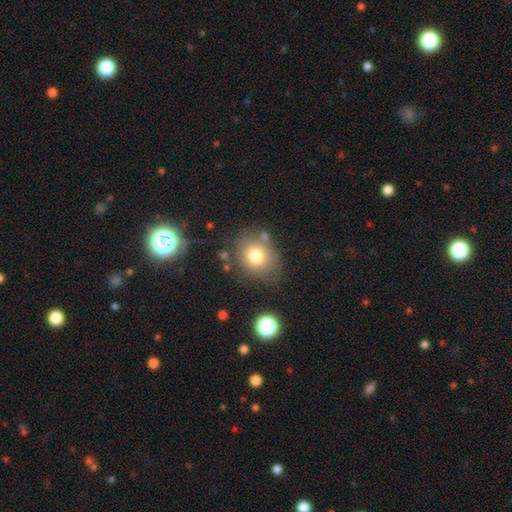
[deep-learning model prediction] smooth_or_featured: smooth (p=0.76) [alt: featured or disk p=0.12]
how_rounded: round (p=0.69) [alt: in between p=0.30]
merging: none (p=0.69) [alt: minor disturbance p=0.17]